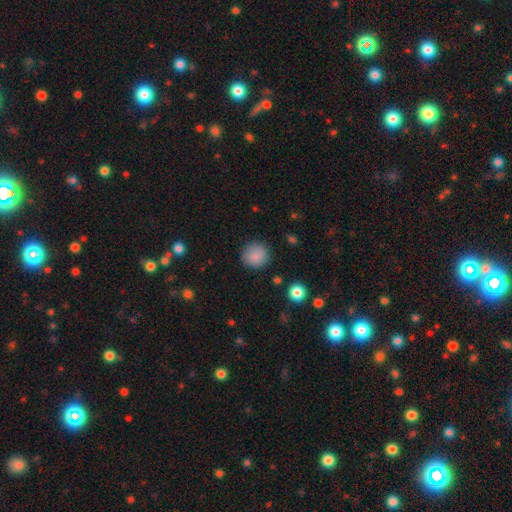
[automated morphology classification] Overall: smooth (87%). How rounded: round (93%). Merging: none (88%).